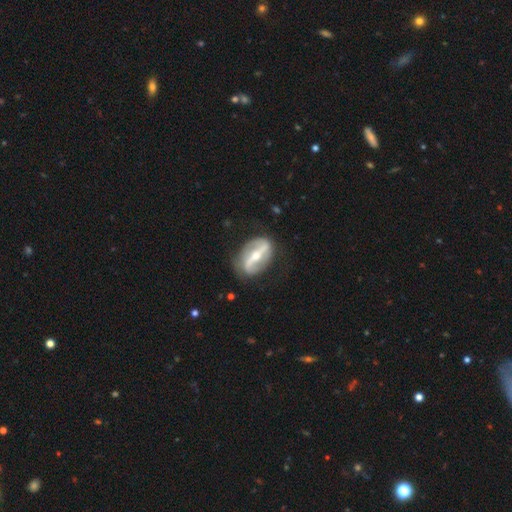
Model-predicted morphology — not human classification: A featured or disk galaxy (84%) with a strong bar (78%), 2 (90%) loose (54%) spiral arms (79%) and a small central bulge (49%). Merging: none (80%).